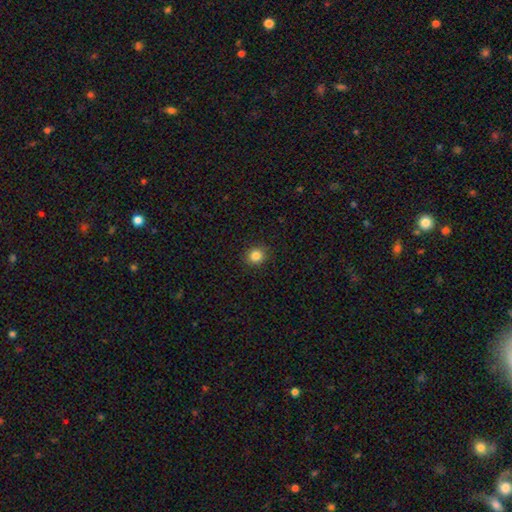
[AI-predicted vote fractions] Smooth or featured?
  - smooth: 84% *
  - star or artifact: 11%
  - featured or disk: 5%
How rounded?
  - round: 88% *
  - in between: 11%
  - cigar-shaped: 1%
Merging?
  - none: 90% *
  - minor disturbance: 7%
  - major disturbance: 2%
  - merger: 1%